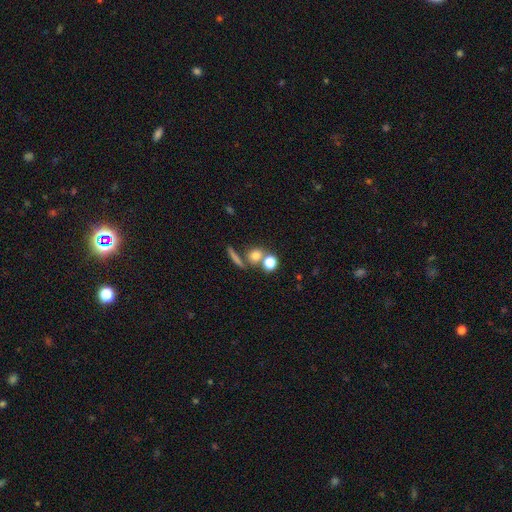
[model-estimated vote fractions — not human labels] The model was most divided on "merging": none: 56%, merger: 31%, minor disturbance: 8%, major disturbance: 4%. More confident: how rounded — round (75%); smooth or featured — smooth (74%).